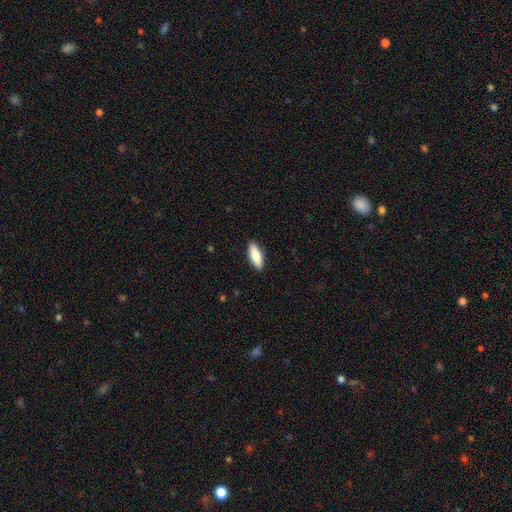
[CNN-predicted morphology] smooth-or-featured: smooth: 81% | featured or disk: 13% | star or artifact: 5%
  how-rounded: in between: 59% | cigar-shaped: 39% | round: 2%
  merging: none: 90% | minor disturbance: 8% | major disturbance: 2% | merger: 1%